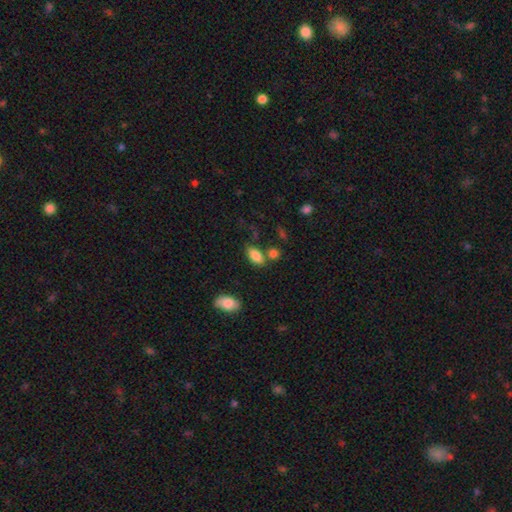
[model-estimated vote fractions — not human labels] Morphology: type=smooth (85%); roundness=in between (88%); merging=none (66%).